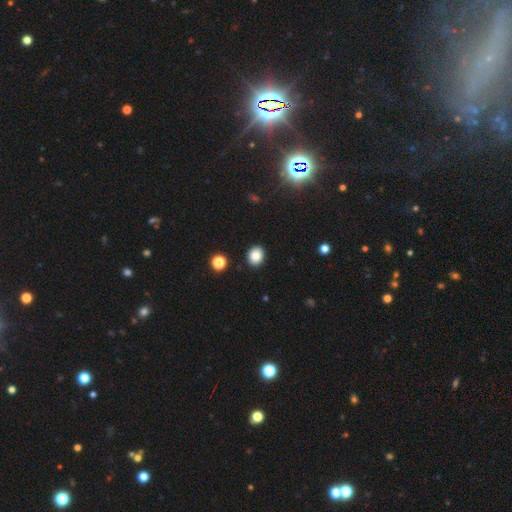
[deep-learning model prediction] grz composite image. It shows a smooth galaxy with no disk features (85%) that is round (67%). Merging: none (91%).